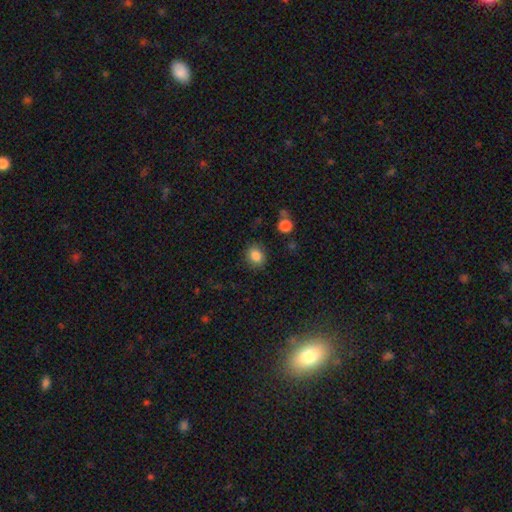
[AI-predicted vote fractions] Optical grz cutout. It shows a smooth galaxy with no disk features (85%) that is round (59%). Merging: none (84%).